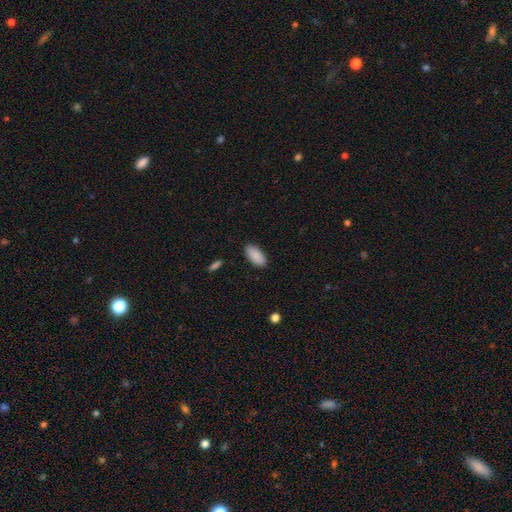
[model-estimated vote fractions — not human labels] This appears to be a smooth galaxy with no disk features (90%) that is in between round and cigar-shaped (92%). Merging: none (88%).